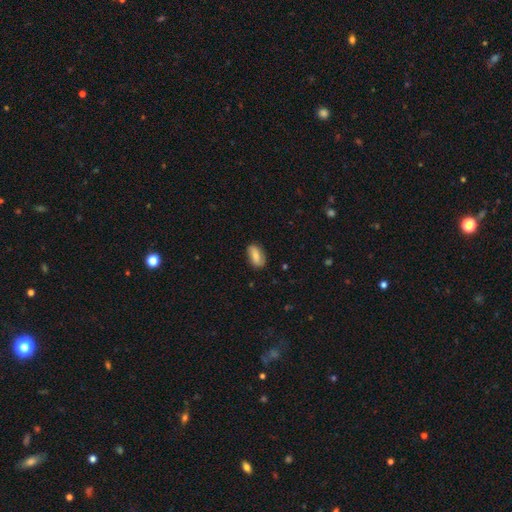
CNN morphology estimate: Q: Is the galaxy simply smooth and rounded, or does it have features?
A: smooth — 70%.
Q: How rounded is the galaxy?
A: in between — 88%.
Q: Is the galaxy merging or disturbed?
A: none — 82%.